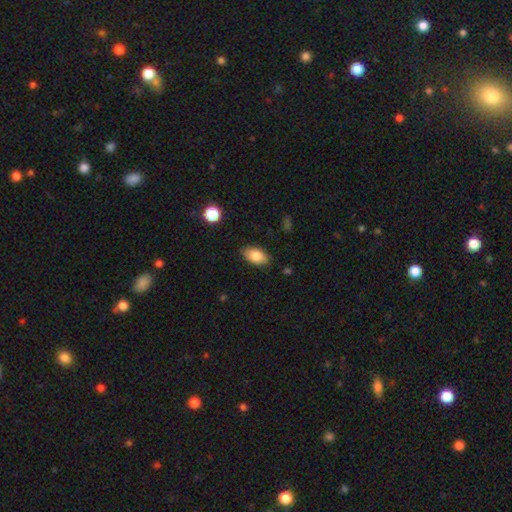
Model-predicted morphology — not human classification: The model was most divided on "merging": none: 85%, minor disturbance: 12%, major disturbance: 2%, merger: 1%. More confident: how rounded — in between (92%); smooth or featured — smooth (83%).